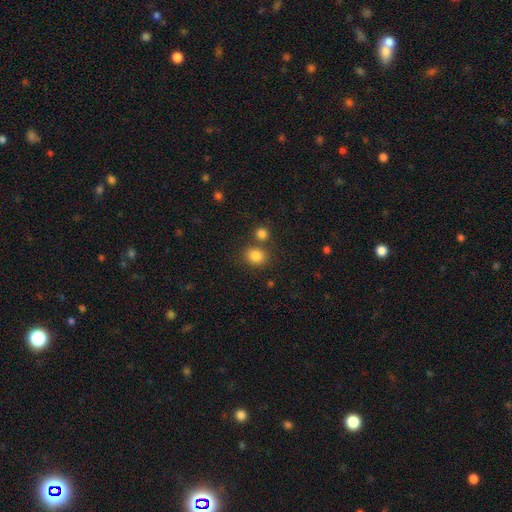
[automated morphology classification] The model was most divided on "how rounded": round: 66%, in between: 33%, cigar-shaped: 1%. More confident: smooth or featured — smooth (83%); merging — none (70%).